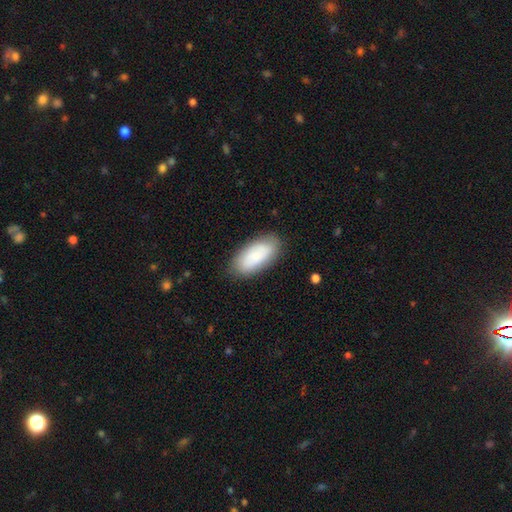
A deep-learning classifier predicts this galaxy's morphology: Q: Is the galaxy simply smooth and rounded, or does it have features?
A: smooth — 78%.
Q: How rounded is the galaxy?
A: in between — 91%.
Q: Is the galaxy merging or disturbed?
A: none — 84%.